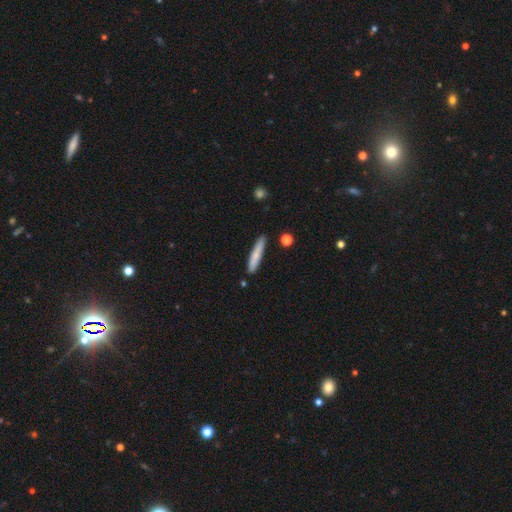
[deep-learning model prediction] Smooth or featured: smooth — 74% (featured or disk — 20%)
How rounded: cigar-shaped — 92% (in between — 7%)
Merging: none — 86% (minor disturbance — 10%)